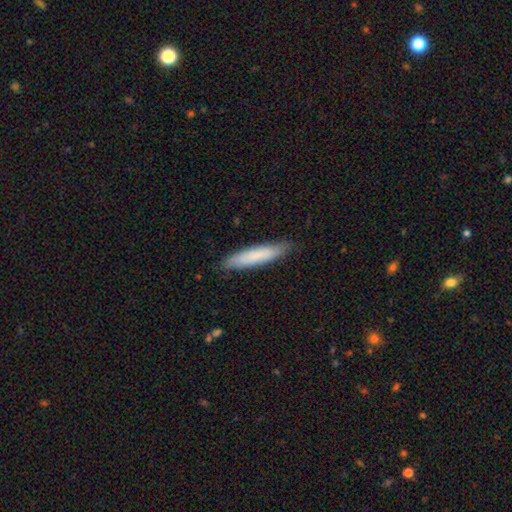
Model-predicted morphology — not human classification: Smooth or featured? smooth (79%)
How rounded? cigar-shaped (87%)
Merging? none (85%)